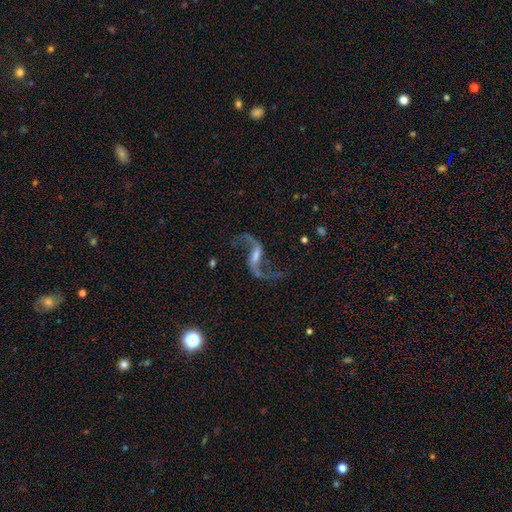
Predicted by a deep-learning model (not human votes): smooth_or_featured: featured or disk (p=0.90) [alt: star or artifact p=0.06]
disk_edge_on: no (p=0.96) [alt: yes p=0.04]
bar: weak (p=0.47) [alt: strong p=0.33]
has_spiral_arms: yes (p=0.97) [alt: no p=0.03]
spiral_winding: loose (p=0.91) [alt: medium p=0.07]
spiral_arm_count: 2 (p=0.94) [alt: 1 p=0.02]
bulge_size: small (p=0.44) [alt: moderate p=0.30]
merging: none (p=0.77) [alt: minor disturbance p=0.12]